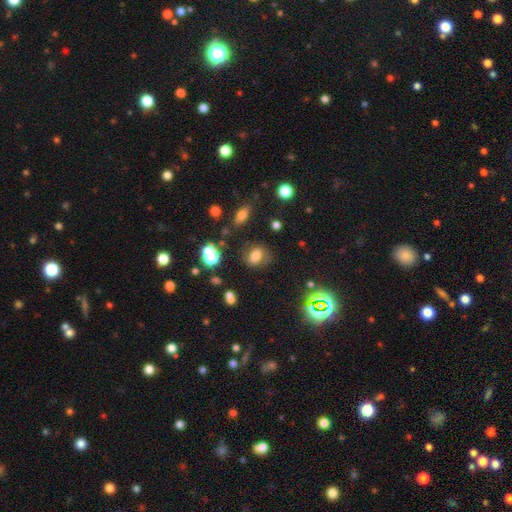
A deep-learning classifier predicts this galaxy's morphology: A smooth galaxy with no disk features (64%) that is in between round and cigar-shaped (60%).

Vote fractions:
- Smooth or featured? smooth: 64% / featured or disk: 18% / star or artifact: 18%
- How rounded? in between: 60% / round: 38% / cigar-shaped: 2%
- Merging? none: 69% / minor disturbance: 19% / major disturbance: 8% / merger: 4%